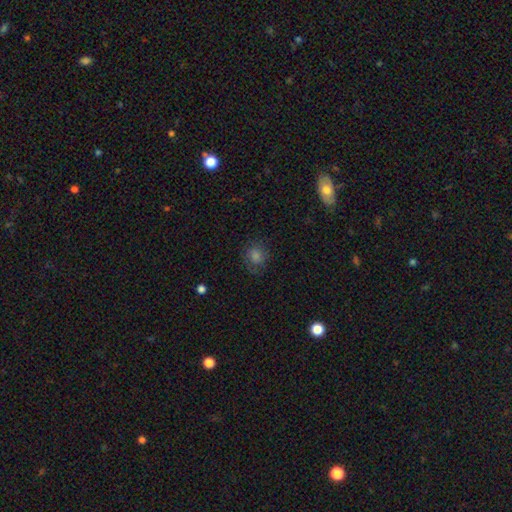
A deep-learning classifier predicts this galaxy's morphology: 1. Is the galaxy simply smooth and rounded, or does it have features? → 62% smooth, 19% star or artifact, 18% featured or disk.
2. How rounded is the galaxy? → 77% round, 22% in between, 1% cigar-shaped.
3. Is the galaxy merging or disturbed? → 77% none, 15% minor disturbance, 6% major disturbance, 1% merger.